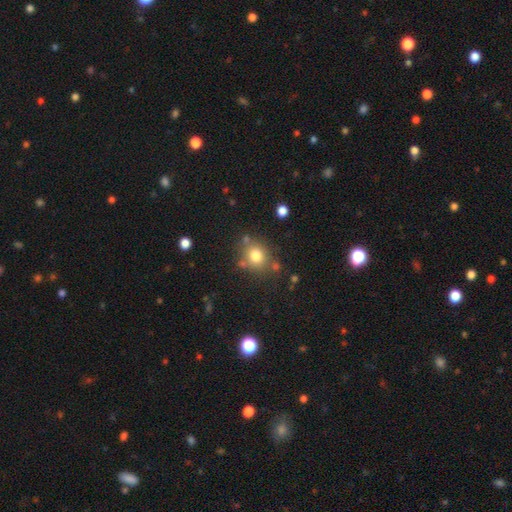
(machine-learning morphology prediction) This is likely a smooth galaxy (77%). How rounded: likely round (74%). Merging: likely none (74%).